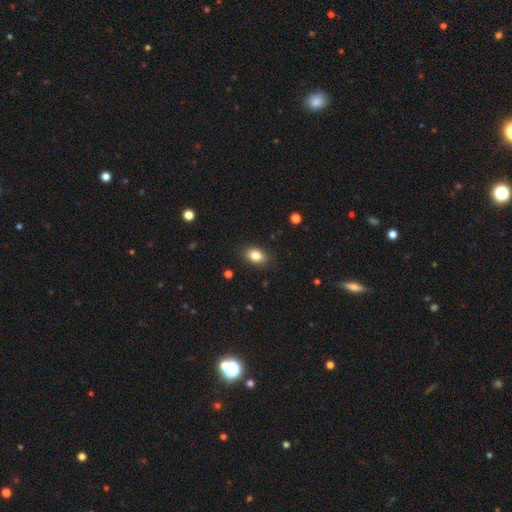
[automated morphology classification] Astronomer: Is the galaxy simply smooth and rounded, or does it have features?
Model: smooth — 84%.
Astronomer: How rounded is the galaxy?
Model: in between — 77%.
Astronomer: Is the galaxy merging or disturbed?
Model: none — 87%.